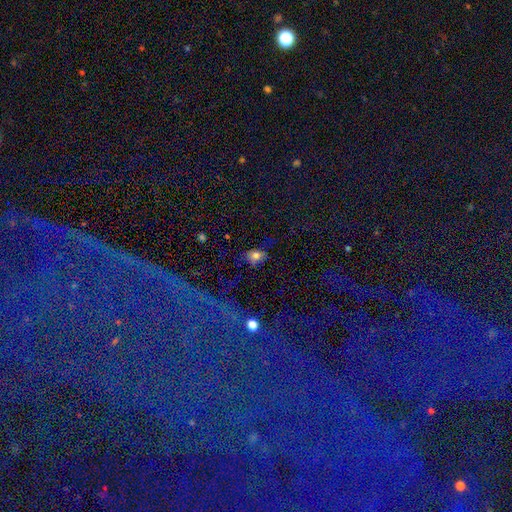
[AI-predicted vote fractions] smooth 74%, featured or disk 13%, star or artifact 13%. Down the decision tree: how rounded — in between (67%); merging — none (58%).